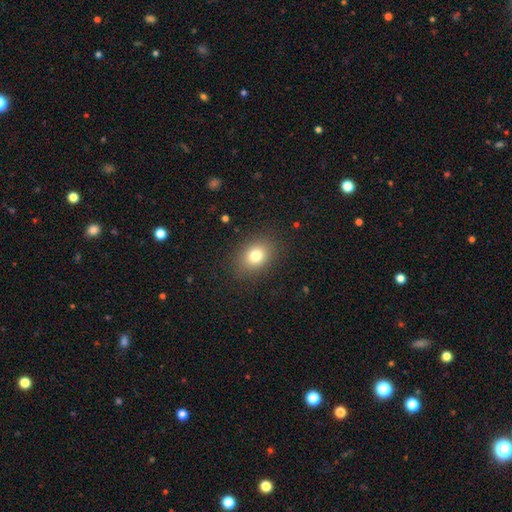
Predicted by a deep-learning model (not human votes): Smooth or featured: smooth — 79% (star or artifact — 11%)
How rounded: in between — 65% (round — 34%)
Merging: none — 86% (minor disturbance — 9%)